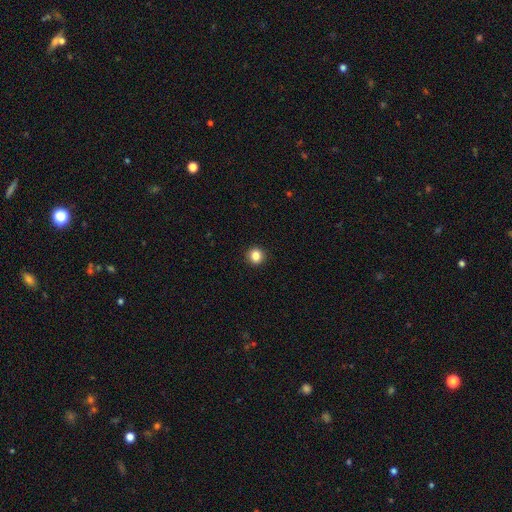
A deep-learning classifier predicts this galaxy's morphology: The model was most divided on "smooth or featured": smooth: 84%, star or artifact: 11%, featured or disk: 5%. More confident: merging — none (93%); how rounded — round (91%).